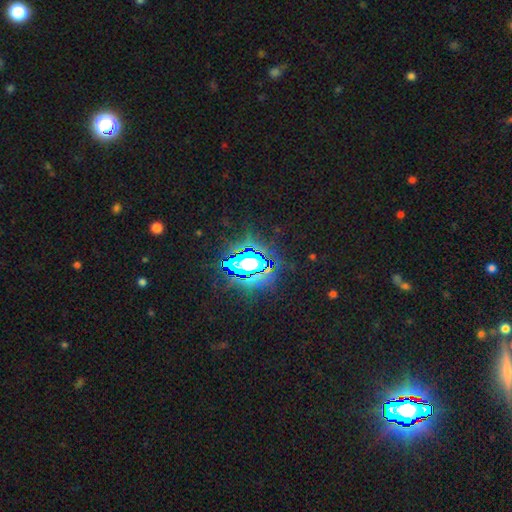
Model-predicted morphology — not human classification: smooth-or-featured: star or artifact: 82% | smooth: 10% | featured or disk: 8%